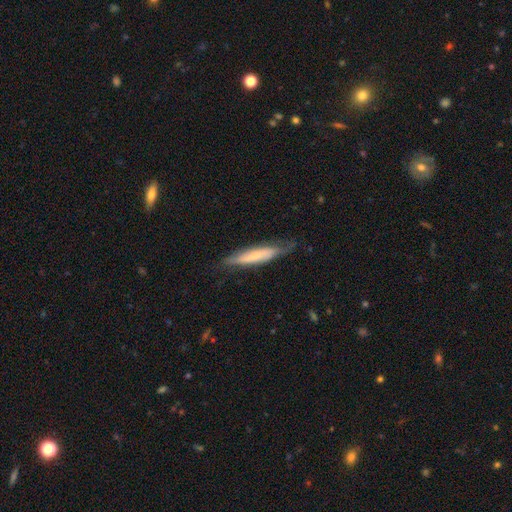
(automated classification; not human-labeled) A smooth galaxy with no disk features (51%) that is cigar-shaped (83%).

Vote fractions:
- Smooth or featured? smooth: 51% / featured or disk: 43% / star or artifact: 6%
- How rounded? cigar-shaped: 83% / in between: 15% / round: 1%
- Merging? none: 68% / minor disturbance: 23% / major disturbance: 7% / merger: 2%